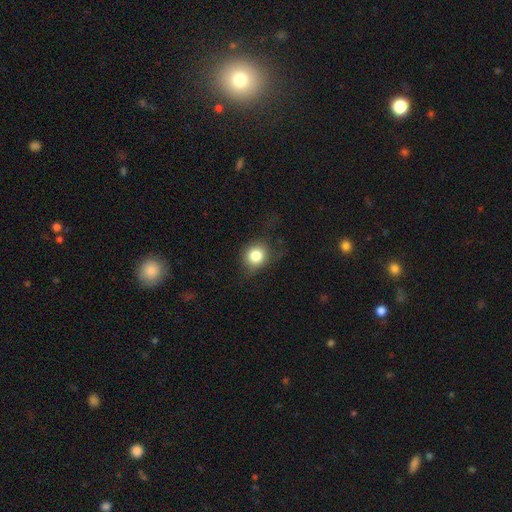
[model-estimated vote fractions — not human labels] Q: Smooth or featured?
A: smooth (79%); runner-up: star or artifact (11%)
Q: How rounded?
A: round (73%); runner-up: in between (26%)
Q: Merging?
A: none (66%); runner-up: minor disturbance (23%)